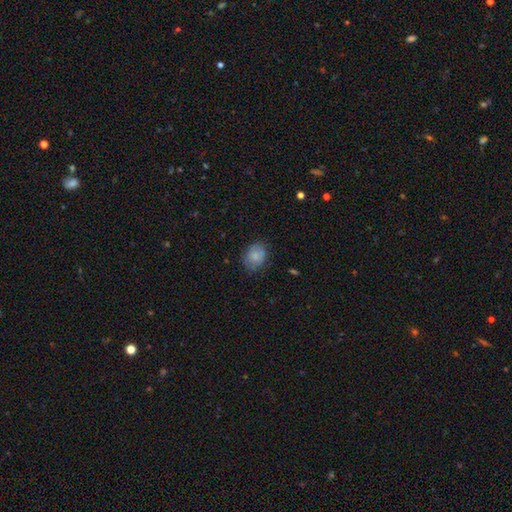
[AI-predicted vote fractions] This appears to be a smooth galaxy with no disk features (79%) that is in between round and cigar-shaped (56%). Merging: none (75%).